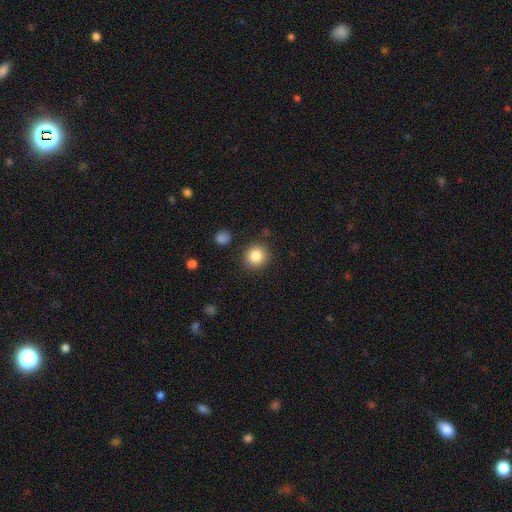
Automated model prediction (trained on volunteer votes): Smooth or featured: smooth — 84% (star or artifact — 10%)
How rounded: round — 89% (in between — 10%)
Merging: none — 87% (minor disturbance — 8%)